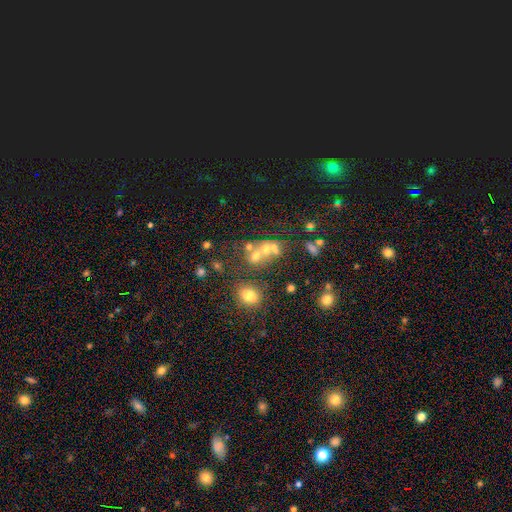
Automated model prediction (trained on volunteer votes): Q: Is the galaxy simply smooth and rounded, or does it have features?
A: smooth — 49%.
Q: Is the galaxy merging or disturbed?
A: merger — 50%.